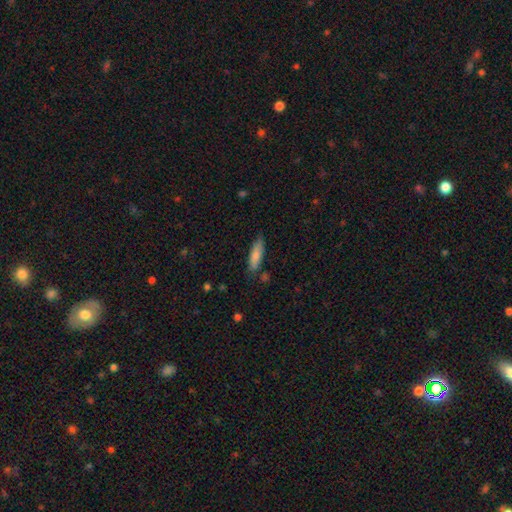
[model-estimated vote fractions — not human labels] The model was most divided on "how rounded": cigar-shaped: 63%, in between: 35%, round: 2%. More confident: smooth or featured — smooth (80%); merging — none (79%).